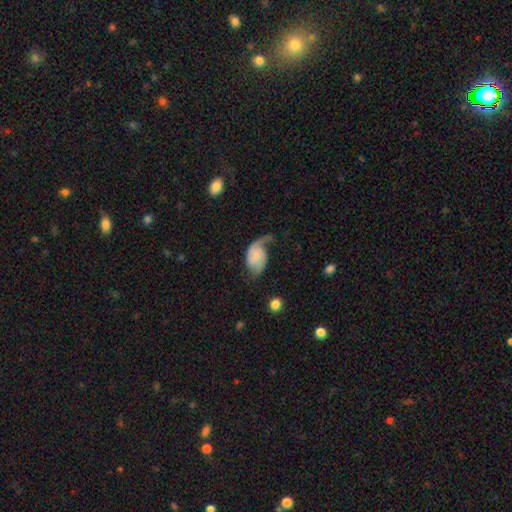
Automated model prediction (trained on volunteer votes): Q: Smooth or featured?
A: featured or disk (69%); runner-up: smooth (25%)
Q: Edge-on disk?
A: no (97%); runner-up: yes (3%)
Q: Bar?
A: no (64%); runner-up: weak (30%)
Q: Spiral arms?
A: yes (90%); runner-up: no (10%)
Q: Spiral winding?
A: loose (52%); runner-up: medium (33%)
Q: Spiral arm count?
A: 2 (60%); runner-up: 1 (31%)
Q: Bulge size?
A: small (61%); runner-up: moderate (26%)
Q: Merging?
A: none (35%); runner-up: major disturbance (33%)